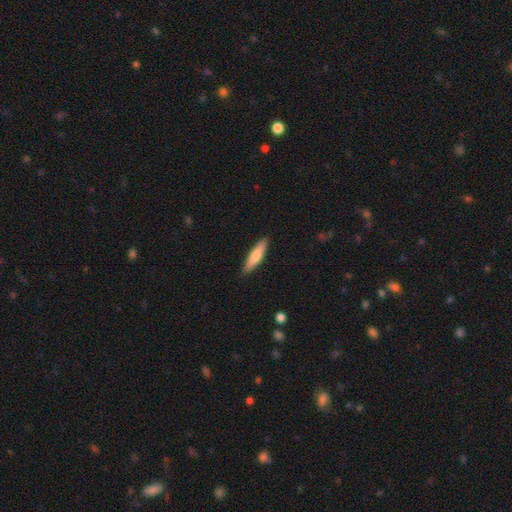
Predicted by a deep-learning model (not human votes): Smooth or featured?
  - smooth: 72% *
  - featured or disk: 23%
  - star or artifact: 5%
How rounded?
  - cigar-shaped: 79% *
  - in between: 19%
  - round: 1%
Merging?
  - none: 89% *
  - minor disturbance: 8%
  - major disturbance: 2%
  - merger: 1%